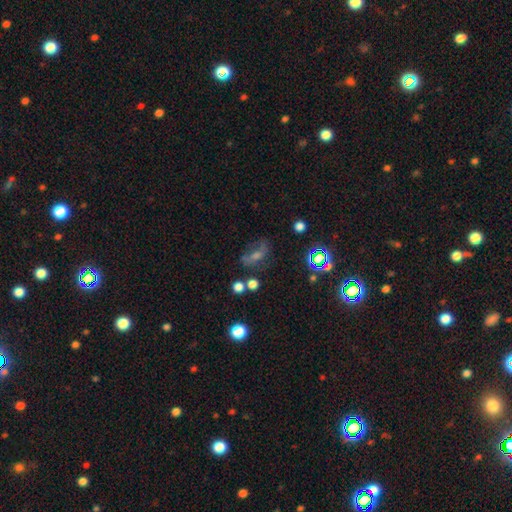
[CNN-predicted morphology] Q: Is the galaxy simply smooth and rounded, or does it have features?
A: featured or disk — 41%.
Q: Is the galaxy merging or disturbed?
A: none — 48%.